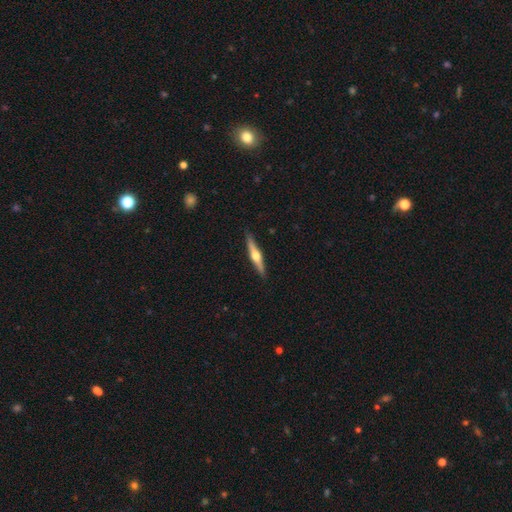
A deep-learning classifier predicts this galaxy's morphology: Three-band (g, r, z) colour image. It shows a featured or disk galaxy (69%) viewed edge-on (97%) with a rounded central bulge (95%). Merging: none (91%).